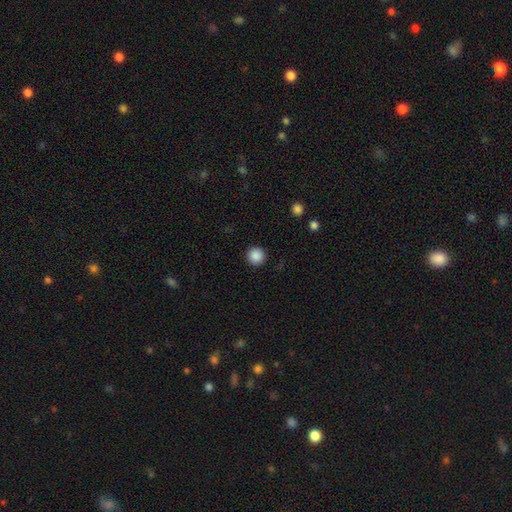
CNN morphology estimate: A smooth galaxy with no disk features (88%) that is round (96%).

Vote fractions:
- Smooth or featured? smooth: 88% / star or artifact: 9% / featured or disk: 3%
- How rounded? round: 96% / in between: 3% / cigar-shaped: 1%
- Merging? none: 93% / minor disturbance: 5% / major disturbance: 2% / merger: 1%